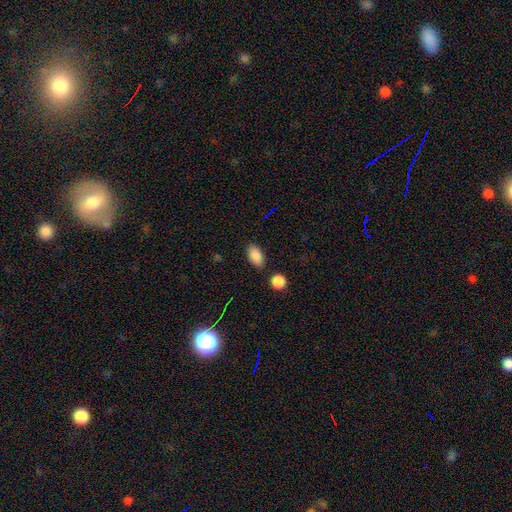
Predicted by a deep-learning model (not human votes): A smooth galaxy with no disk features (87%) that is in between round and cigar-shaped (91%). Merging: none (84%).